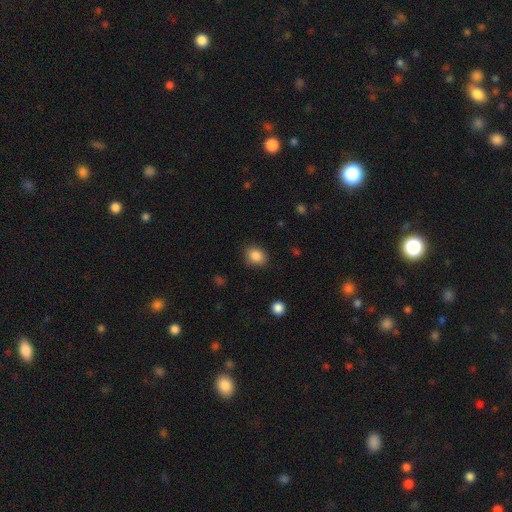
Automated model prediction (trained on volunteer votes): Smooth or featured? smooth (87%)
How rounded? in between (51%)
Merging? none (84%)